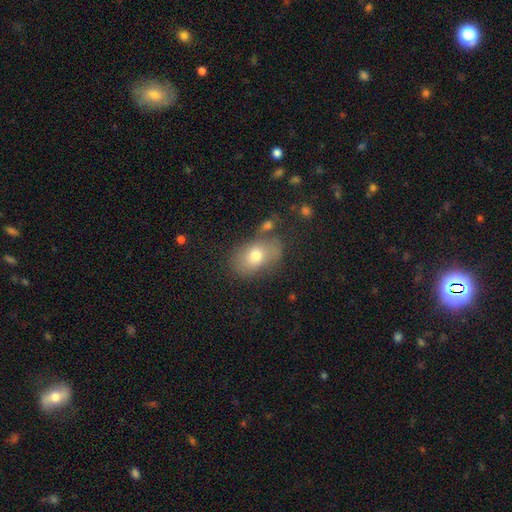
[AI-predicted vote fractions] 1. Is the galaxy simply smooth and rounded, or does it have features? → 71% smooth, 19% featured or disk, 10% star or artifact.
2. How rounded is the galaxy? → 80% in between, 19% round, 1% cigar-shaped.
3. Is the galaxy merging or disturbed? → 68% none, 18% minor disturbance, 7% merger, 7% major disturbance.